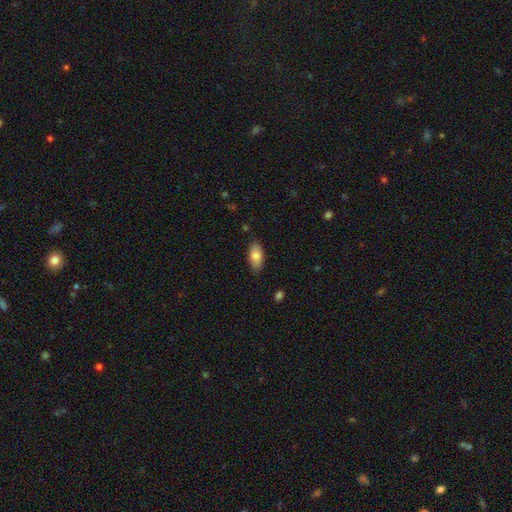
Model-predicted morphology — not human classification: A smooth galaxy with no disk features (83%) that is in between round and cigar-shaped (91%). Merging: none (85%).